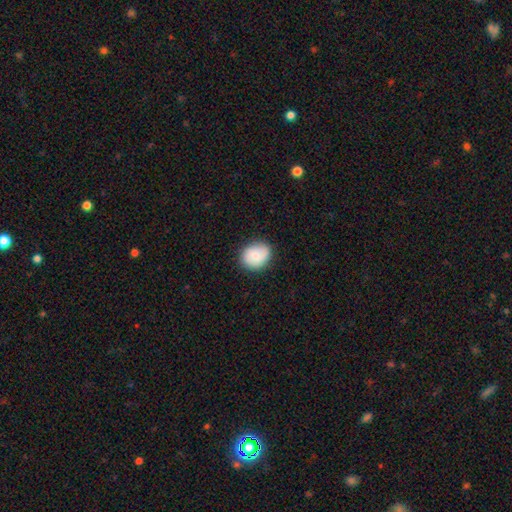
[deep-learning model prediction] smooth-or-featured: smooth: 65% | featured or disk: 27% | star or artifact: 7%
  how-rounded: round: 61% | in between: 38% | cigar-shaped: 1%
  merging: none: 82% | minor disturbance: 14% | major disturbance: 3% | merger: 1%